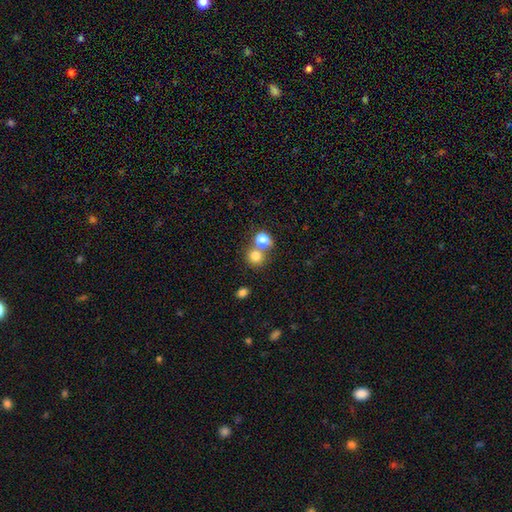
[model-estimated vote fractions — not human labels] This appears to be a smooth galaxy with no disk features (78%) that is round (86%). Merging: none (57%).